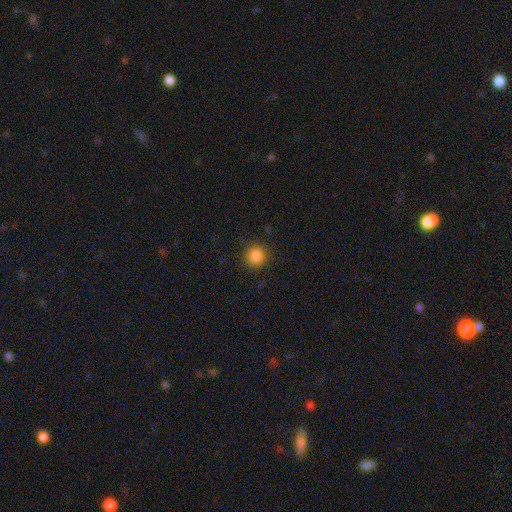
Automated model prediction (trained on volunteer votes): smooth-or-featured: smooth: 84% | star or artifact: 12% | featured or disk: 4%
  how-rounded: round: 92% | in between: 7% | cigar-shaped: 1%
  merging: none: 86% | minor disturbance: 9% | major disturbance: 3% | merger: 1%